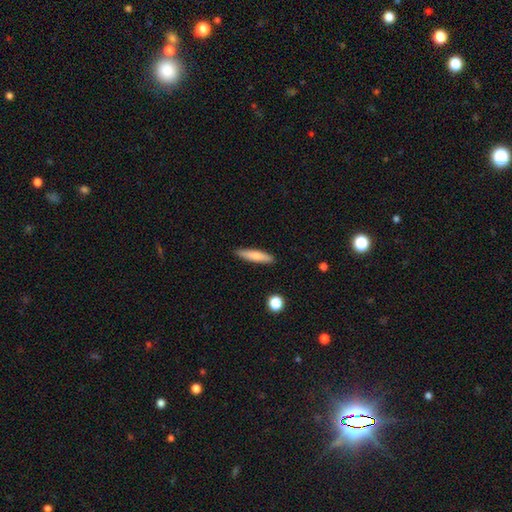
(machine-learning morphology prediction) type=smooth (78%); roundness=cigar-shaped (84%); merging=none (88%).